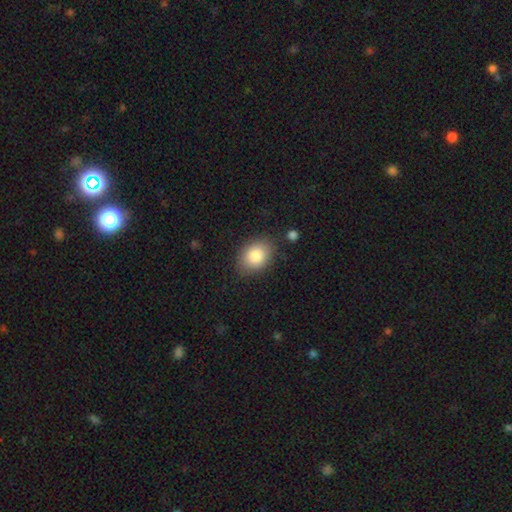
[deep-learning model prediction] Q: Smooth or featured?
A: smooth (85%); runner-up: star or artifact (8%)
Q: How rounded?
A: in between (67%); runner-up: round (32%)
Q: Merging?
A: none (80%); runner-up: minor disturbance (14%)